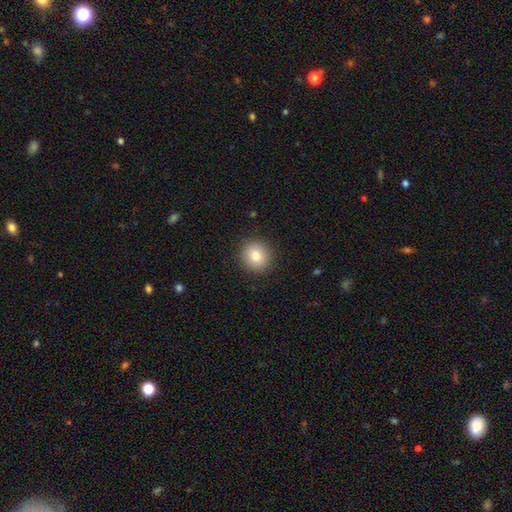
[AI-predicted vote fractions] This appears to be a smooth galaxy with no disk features (83%) that is round (89%). Merging: none (91%).